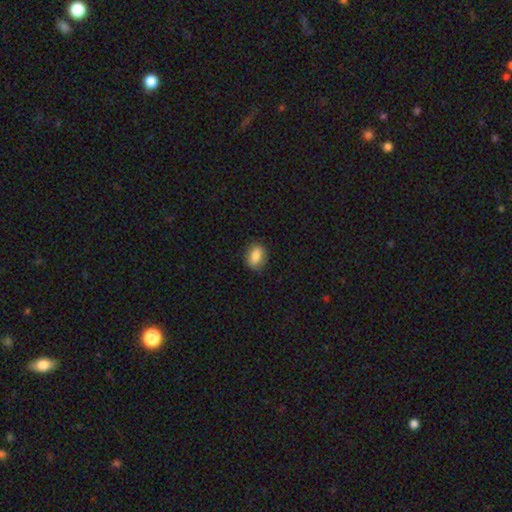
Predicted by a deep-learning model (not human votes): smooth-or-featured: smooth: 84% | star or artifact: 8% | featured or disk: 8%
  how-rounded: in between: 73% | round: 25% | cigar-shaped: 2%
  merging: none: 81% | minor disturbance: 14% | major disturbance: 3% | merger: 1%